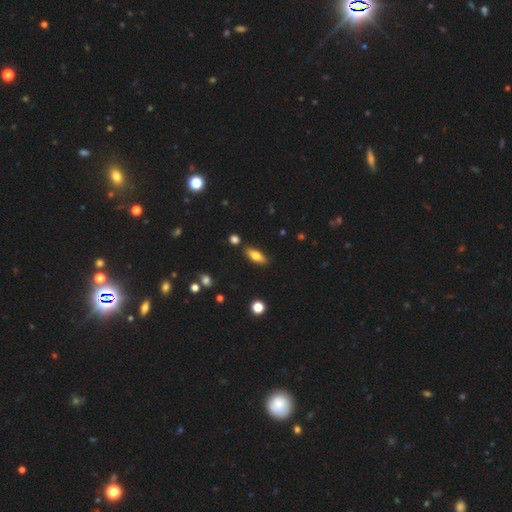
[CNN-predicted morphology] This appears to be a smooth galaxy with no disk features (70%) that is in between round and cigar-shaped (64%). Merging: none (83%).